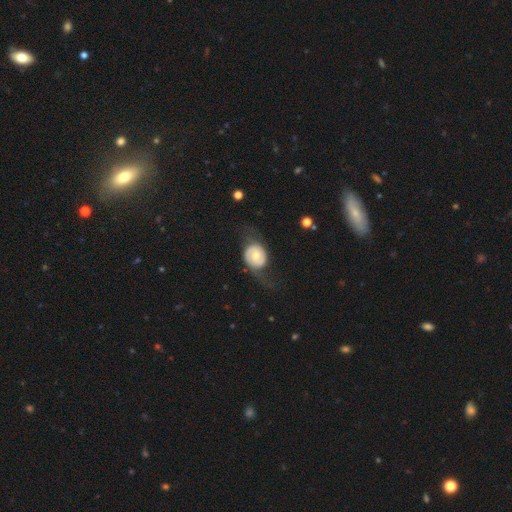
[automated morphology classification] type=featured or disk (63%); edge-on=no (95%); bar=no (68%); spiral arms=yes (74%); bulge=moderate (60%); merging=none (44%).